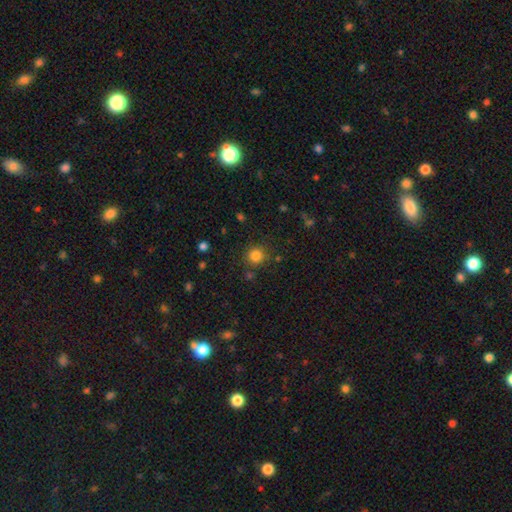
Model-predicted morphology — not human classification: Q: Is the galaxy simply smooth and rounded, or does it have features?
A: smooth — 82%.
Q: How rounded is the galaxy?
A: round — 92%.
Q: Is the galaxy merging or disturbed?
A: none — 83%.